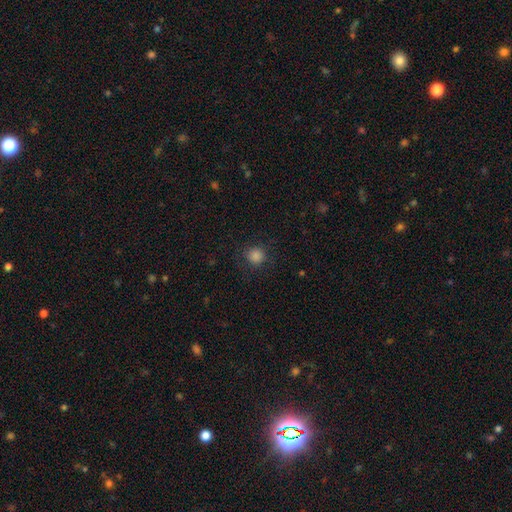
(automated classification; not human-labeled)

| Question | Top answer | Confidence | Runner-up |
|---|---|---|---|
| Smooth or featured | smooth | 83% | star or artifact (13%) |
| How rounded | round | 94% | in between (5%) |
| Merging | none | 87% | minor disturbance (8%) |